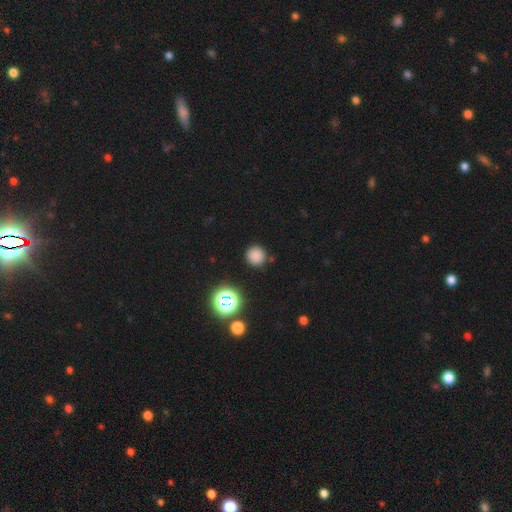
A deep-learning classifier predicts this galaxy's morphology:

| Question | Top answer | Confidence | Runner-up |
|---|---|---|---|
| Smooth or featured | smooth | 79% | star or artifact (17%) |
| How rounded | round | 95% | in between (4%) |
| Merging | none | 88% | minor disturbance (7%) |